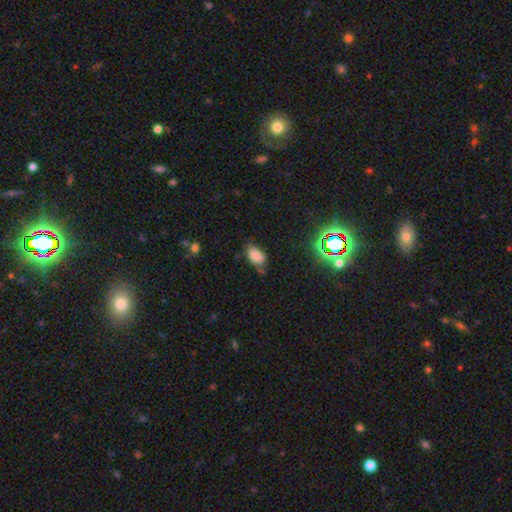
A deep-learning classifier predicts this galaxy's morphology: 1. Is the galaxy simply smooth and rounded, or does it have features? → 78% smooth, 13% star or artifact, 9% featured or disk.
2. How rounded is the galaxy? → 92% in between, 6% round, 2% cigar-shaped.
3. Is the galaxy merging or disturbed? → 56% none, 30% minor disturbance, 8% major disturbance, 5% merger.